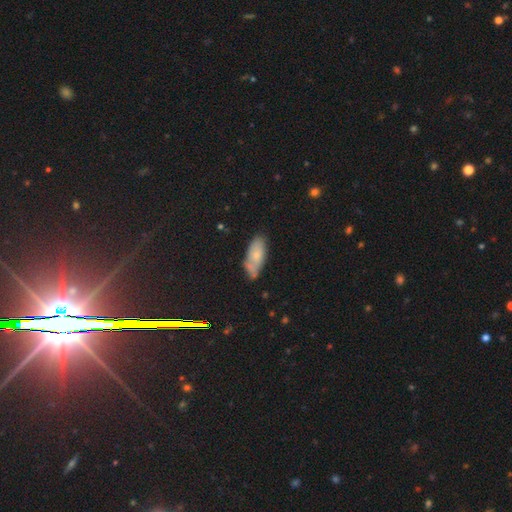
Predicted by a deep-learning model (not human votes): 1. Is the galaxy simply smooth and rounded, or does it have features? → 65% smooth, 24% featured or disk, 10% star or artifact.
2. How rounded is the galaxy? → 79% in between, 19% cigar-shaped, 2% round.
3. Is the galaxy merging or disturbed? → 64% none, 26% minor disturbance, 5% major disturbance, 4% merger.